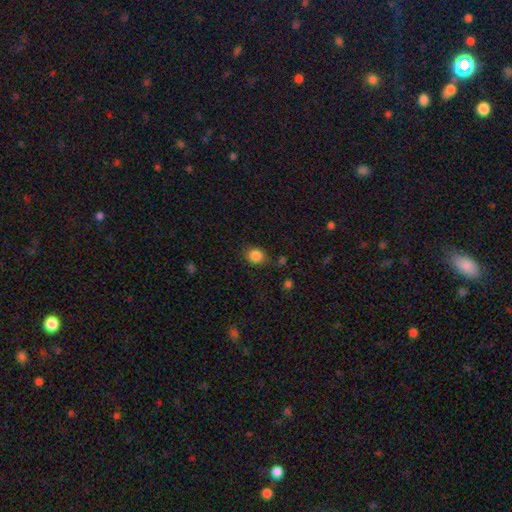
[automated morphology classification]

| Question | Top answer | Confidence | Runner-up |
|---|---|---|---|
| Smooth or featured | smooth | 85% | star or artifact (11%) |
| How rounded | round | 69% | in between (30%) |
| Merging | none | 78% | minor disturbance (14%) |